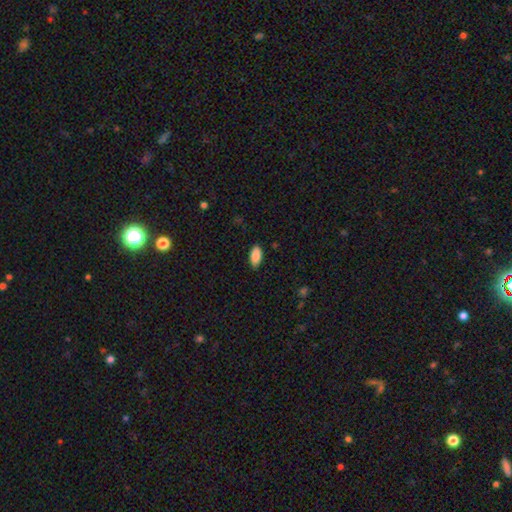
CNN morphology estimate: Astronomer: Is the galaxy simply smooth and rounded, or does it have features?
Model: smooth — 89%.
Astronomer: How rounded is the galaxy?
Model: in between — 92%.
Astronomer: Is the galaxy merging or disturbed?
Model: none — 87%.